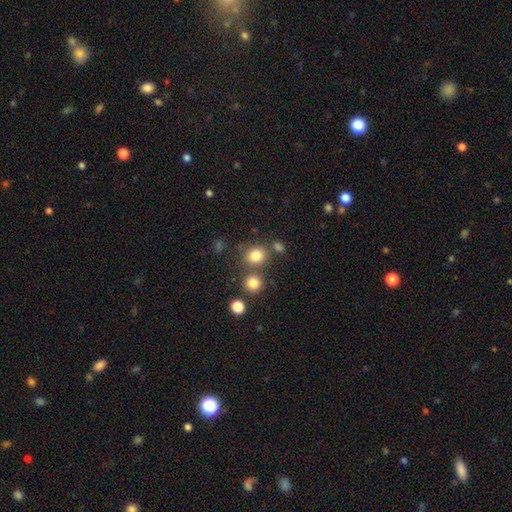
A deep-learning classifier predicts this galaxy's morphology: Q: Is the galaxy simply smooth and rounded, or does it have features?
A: smooth — 80%.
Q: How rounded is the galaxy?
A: round — 77%.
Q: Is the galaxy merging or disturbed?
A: none — 69%.